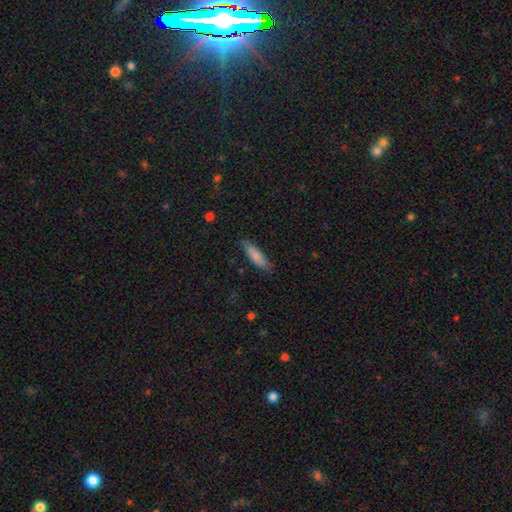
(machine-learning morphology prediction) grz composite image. It shows a smooth galaxy with no disk features (81%) that is cigar-shaped (71%). Merging: none (85%).